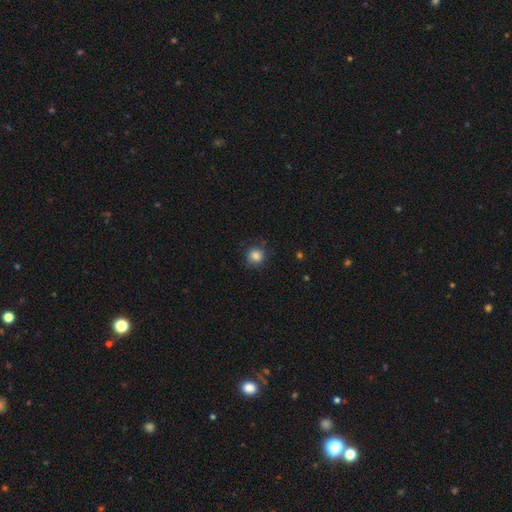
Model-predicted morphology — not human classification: smooth-or-featured: smooth: 84% | star or artifact: 11% | featured or disk: 5%
  how-rounded: round: 88% | in between: 11% | cigar-shaped: 1%
  merging: none: 81% | minor disturbance: 14% | major disturbance: 3% | merger: 1%